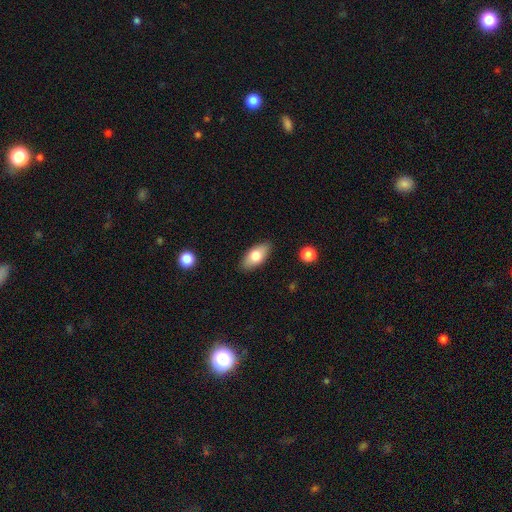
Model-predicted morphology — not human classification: type=smooth (73%); roundness=in between (89%); merging=none (86%).